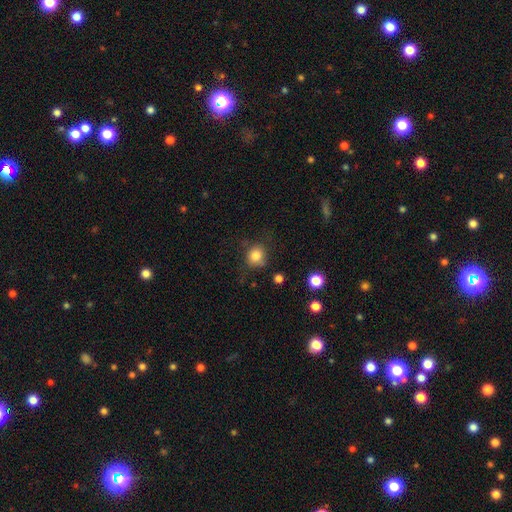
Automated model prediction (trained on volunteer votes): A smooth galaxy with no disk features (82%) that is round (83%).

Vote fractions:
- Smooth or featured? smooth: 82% / star or artifact: 11% / featured or disk: 6%
- How rounded? round: 83% / in between: 16% / cigar-shaped: 1%
- Merging? none: 74% / minor disturbance: 18% / major disturbance: 6% / merger: 3%